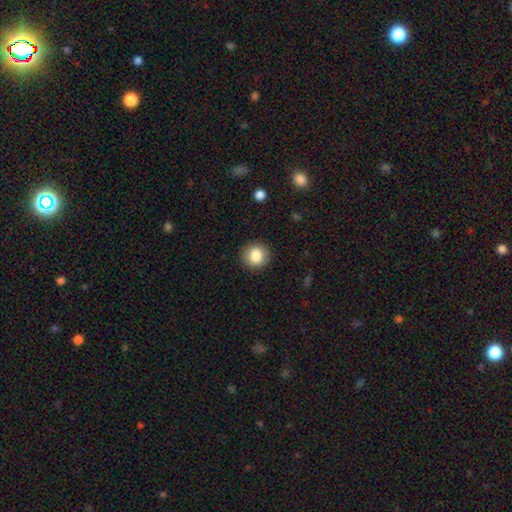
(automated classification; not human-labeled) smooth_or_featured: smooth (p=0.84) [alt: star or artifact p=0.09]
how_rounded: round (p=0.90) [alt: in between p=0.09]
merging: none (p=0.90) [alt: minor disturbance p=0.06]